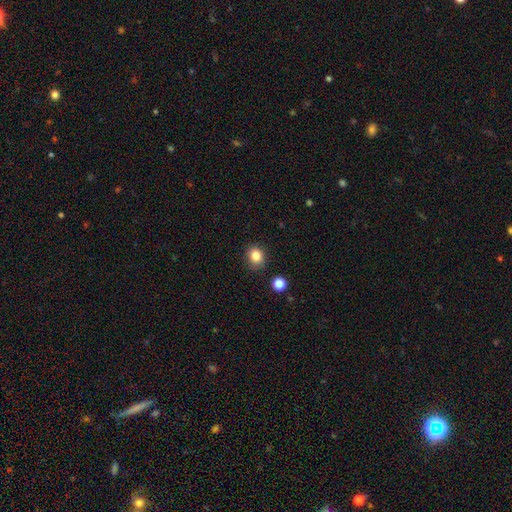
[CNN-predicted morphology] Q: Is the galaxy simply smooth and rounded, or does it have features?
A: smooth — 83%.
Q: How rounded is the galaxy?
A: round — 72%.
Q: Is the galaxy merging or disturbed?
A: none — 85%.